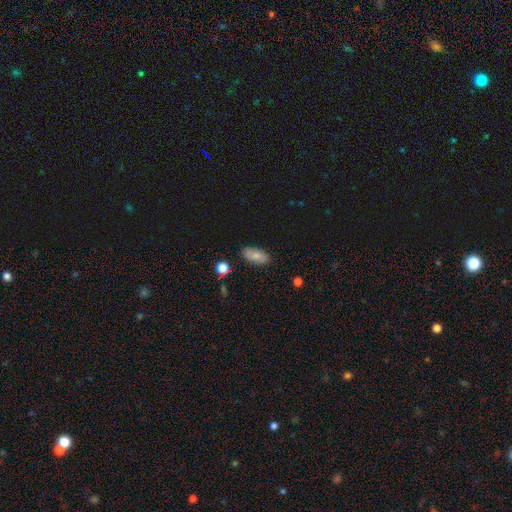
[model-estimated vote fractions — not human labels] Q: Smooth or featured?
A: smooth (59%); runner-up: featured or disk (30%)
Q: How rounded?
A: in between (90%); runner-up: cigar-shaped (5%)
Q: Merging?
A: none (81%); runner-up: minor disturbance (14%)